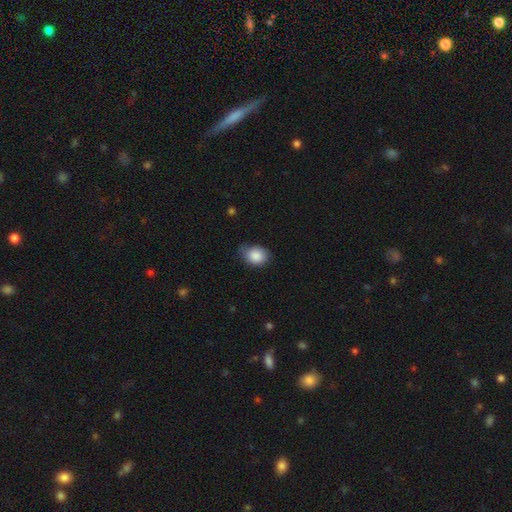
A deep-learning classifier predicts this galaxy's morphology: Overall: smooth (88%). How rounded: in between (53%; round 47%). Merging: none (62%; minor disturbance 32%).